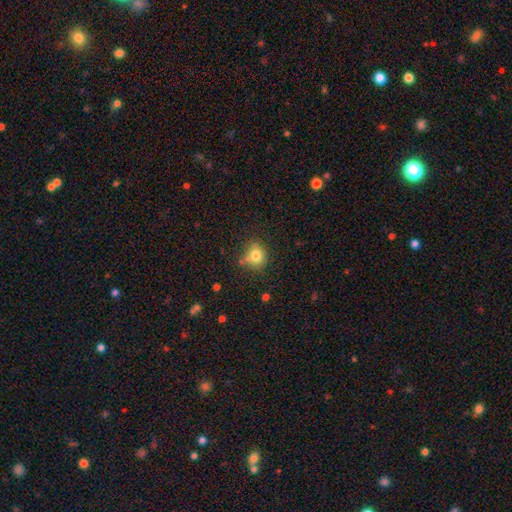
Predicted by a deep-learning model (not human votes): Morphology: type=smooth (79%); roundness=round (76%); merging=none (70%).